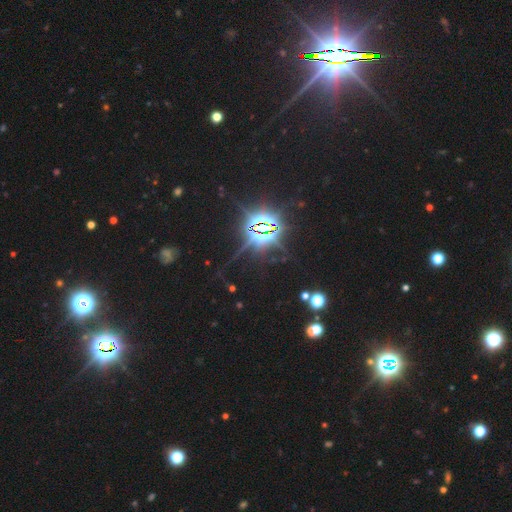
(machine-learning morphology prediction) The model was most divided on "smooth or featured": star or artifact: 81%, smooth: 12%, featured or disk: 7%.